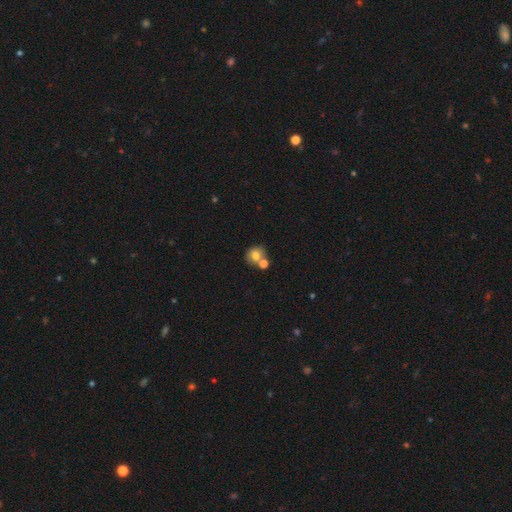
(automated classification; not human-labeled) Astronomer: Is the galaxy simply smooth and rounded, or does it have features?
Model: smooth — 72%.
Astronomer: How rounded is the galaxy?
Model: round — 76%.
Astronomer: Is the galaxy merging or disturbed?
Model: none — 47% (runner-up: merger, 38%).